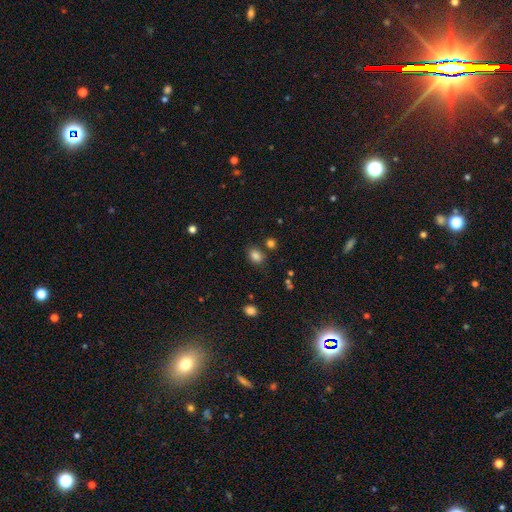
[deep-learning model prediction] Q: Smooth or featured?
A: smooth (82%); runner-up: star or artifact (13%)
Q: How rounded?
A: in between (59%); runner-up: round (40%)
Q: Merging?
A: none (75%); runner-up: minor disturbance (13%)